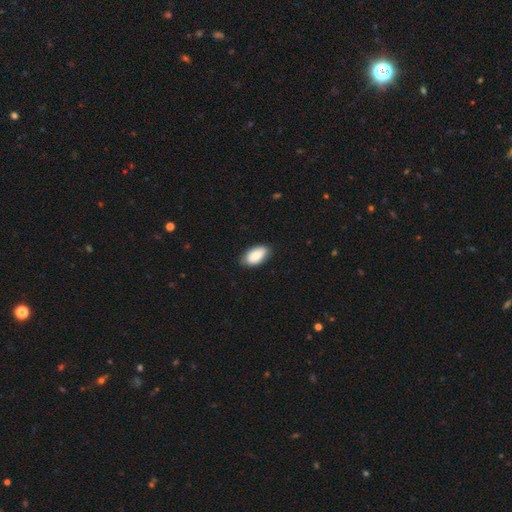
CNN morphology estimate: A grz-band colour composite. It shows a smooth galaxy with no disk features (84%) that is in between round and cigar-shaped (94%). Merging: none (81%).